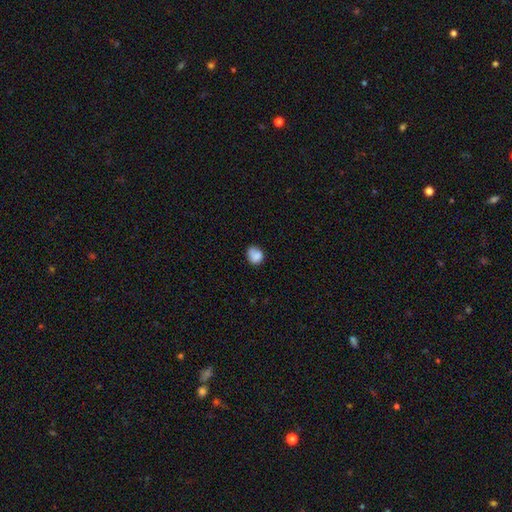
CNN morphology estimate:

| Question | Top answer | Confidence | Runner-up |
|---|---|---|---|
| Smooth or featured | smooth | 83% | star or artifact (9%) |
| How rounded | round | 63% | in between (36%) |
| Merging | none | 60% | minor disturbance (28%) |